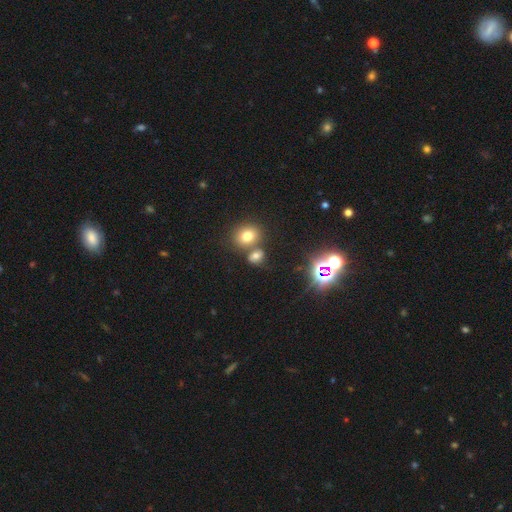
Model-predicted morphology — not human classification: This appears to be a smooth galaxy with no disk features (62%) that is round (53%). Merging: none (55%).